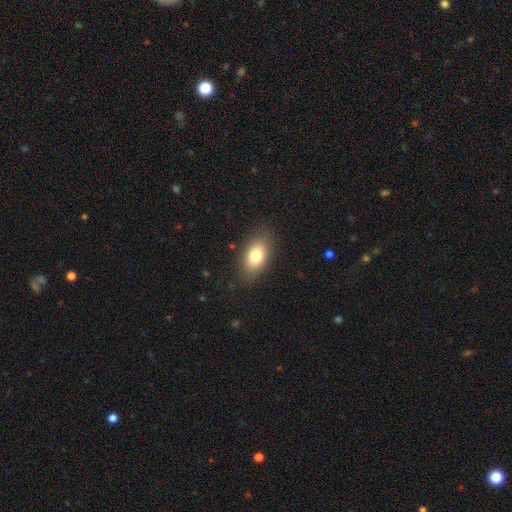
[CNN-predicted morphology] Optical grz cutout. It shows a smooth galaxy with no disk features (77%) that is in between round and cigar-shaped (86%). Merging: none (84%).